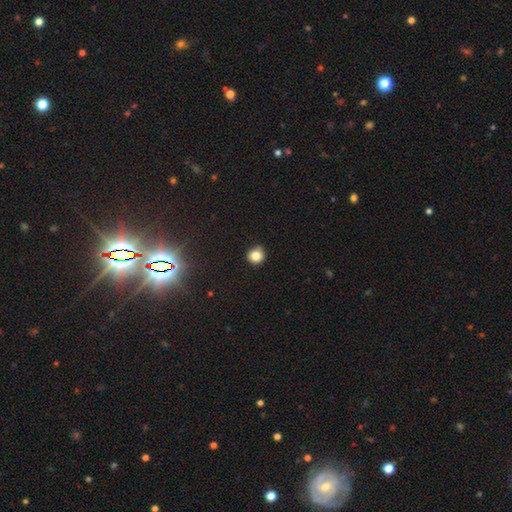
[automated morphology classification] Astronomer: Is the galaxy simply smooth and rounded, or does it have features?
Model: smooth — 82%.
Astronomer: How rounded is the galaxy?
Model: round — 92%.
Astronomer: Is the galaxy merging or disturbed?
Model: none — 87%.